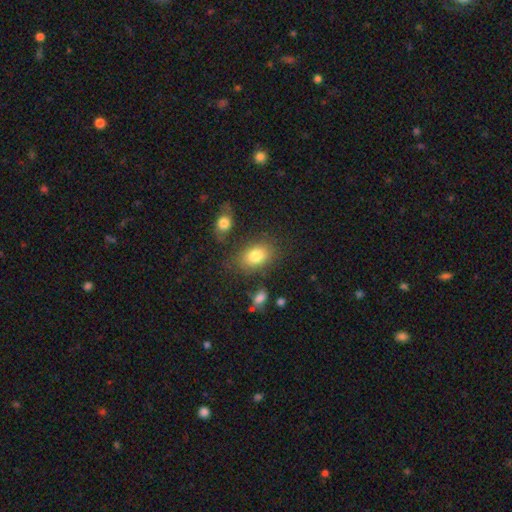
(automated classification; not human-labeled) Overall: smooth (80%). How rounded: in between (80%). Merging: none (74%).